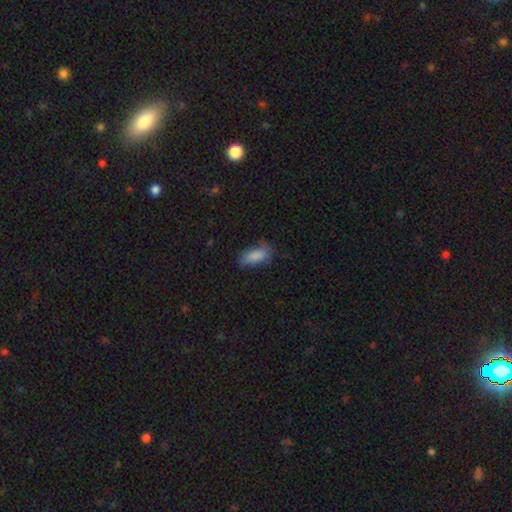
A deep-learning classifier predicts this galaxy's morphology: Smooth or featured: smooth — 84% (featured or disk — 9%)
How rounded: in between — 85% (cigar-shaped — 12%)
Merging: none — 61% (minor disturbance — 28%)